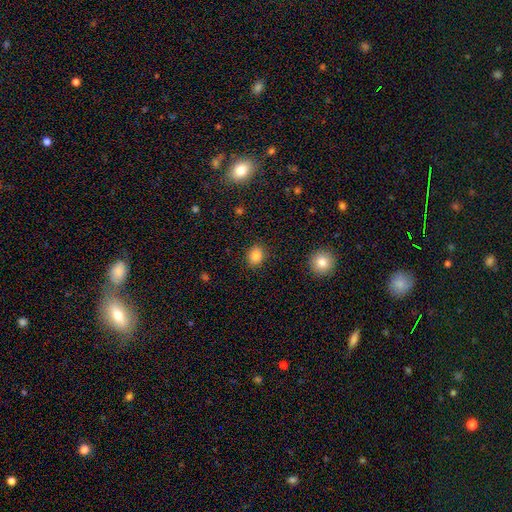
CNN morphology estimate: Smooth or featured? smooth (85%)
How rounded? round (54%)
Merging? none (88%)